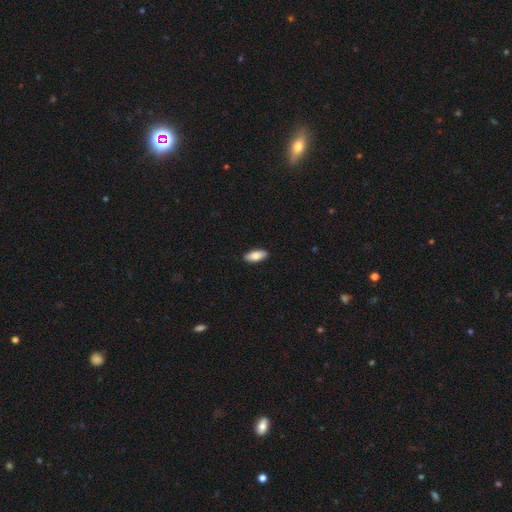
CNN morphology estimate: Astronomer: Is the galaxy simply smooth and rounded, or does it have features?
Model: smooth — 84%.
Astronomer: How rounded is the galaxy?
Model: in between — 84%.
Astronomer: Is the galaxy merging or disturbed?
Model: none — 91%.